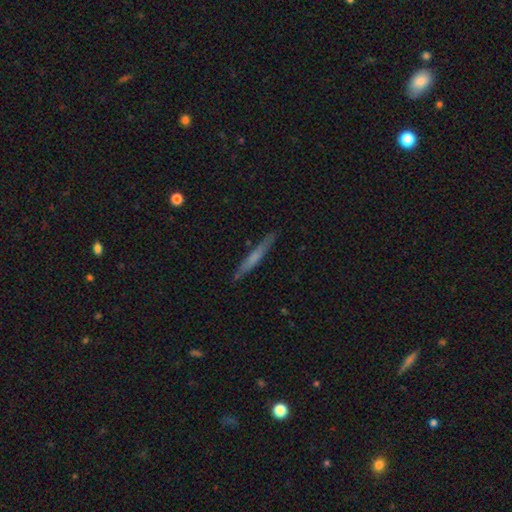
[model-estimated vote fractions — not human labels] A smooth galaxy with no disk features (51%) that is cigar-shaped (96%). Merging: none (88%).